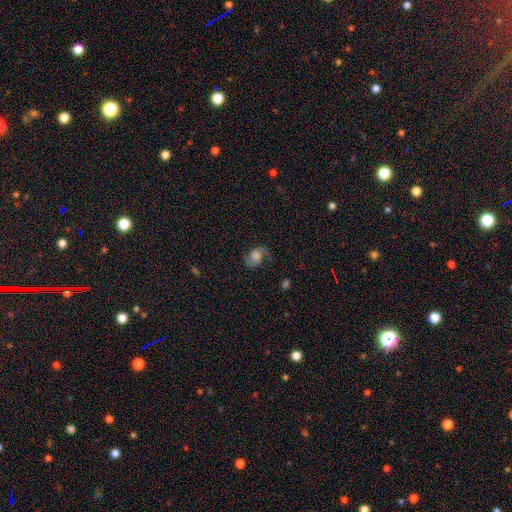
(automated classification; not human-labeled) This is likely a featured or disk galaxy (63%). It is clearly not viewed edge-on (97%). Bar: likely no (67%). Spiral arm pattern: clearly yes (92%). Spiral arm count: clearly 2 (88%). Spiral winding: marginally medium (43%, tied with loose). Central bulge: marginally large (39%). Merging: likely none (69%).